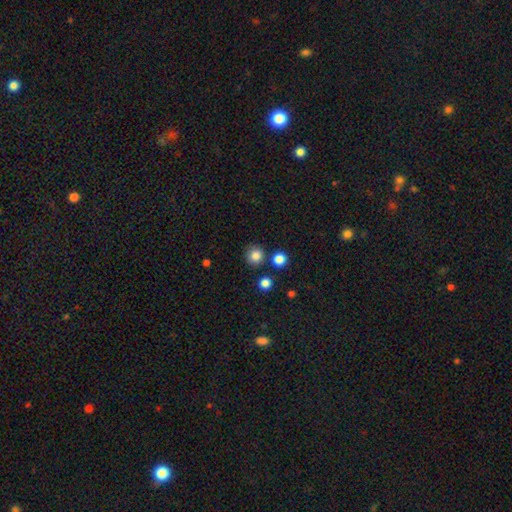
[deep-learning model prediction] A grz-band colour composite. It shows a smooth galaxy with no disk features (83%) that is round (93%). Merging: none (84%).